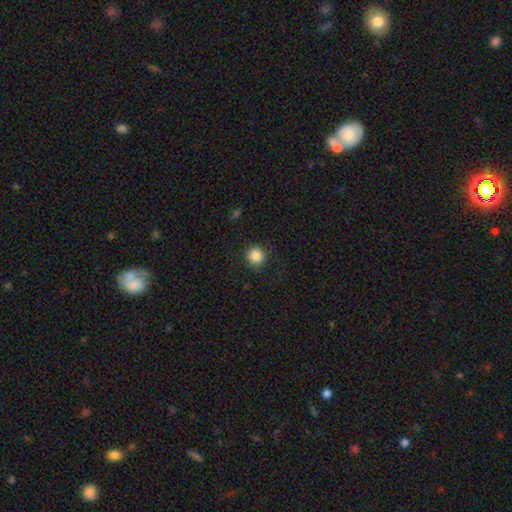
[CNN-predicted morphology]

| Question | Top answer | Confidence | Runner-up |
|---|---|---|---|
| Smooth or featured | smooth | 87% | star or artifact (10%) |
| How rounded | round | 92% | in between (7%) |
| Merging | none | 87% | minor disturbance (9%) |